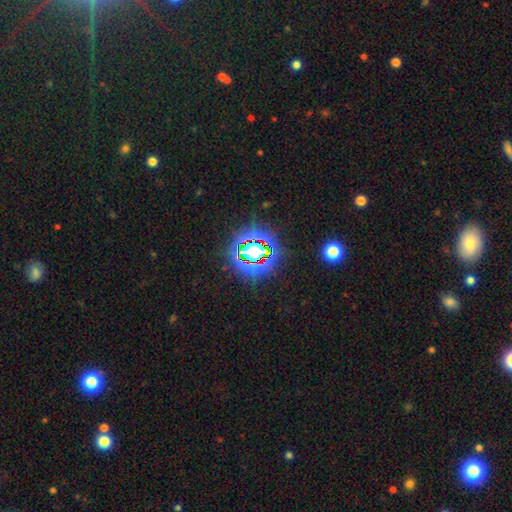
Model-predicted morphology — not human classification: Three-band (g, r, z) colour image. It shows a star or artifact, not a galaxy (80%).